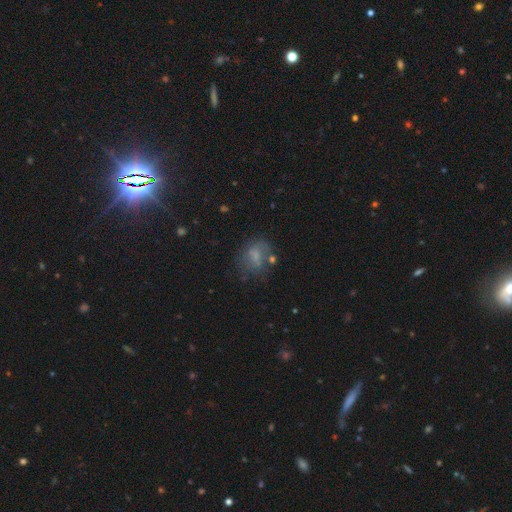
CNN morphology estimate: Overall: smooth (57%; featured or disk 28%). How rounded: round (49%, tied with in between). Merging: none (52%; minor disturbance 22%).